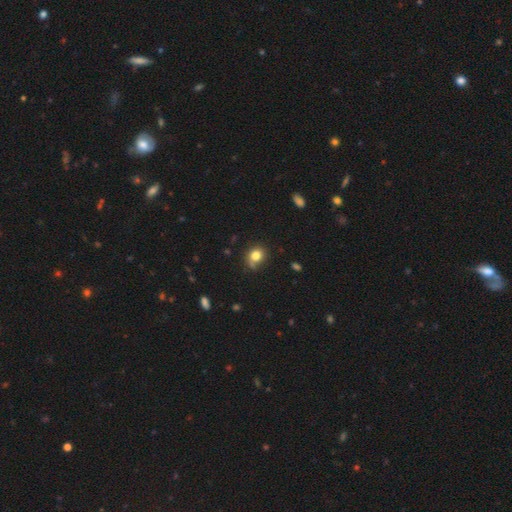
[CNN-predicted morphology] Smooth or featured? Predicted: smooth (p=0.79). How rounded? Predicted: round (p=0.67). Merging? Predicted: none (p=0.65).